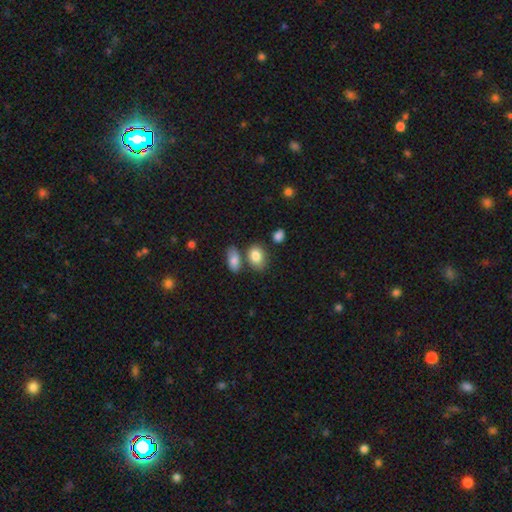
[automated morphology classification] smooth 83%, featured or disk 9%, star or artifact 8%. Down the decision tree: how rounded — in between (78%); merging — none (63%).